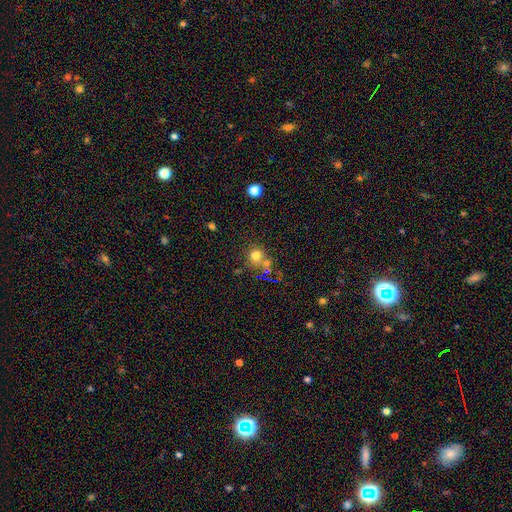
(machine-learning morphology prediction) smooth-or-featured: smooth: 73% | star or artifact: 17% | featured or disk: 10%
  how-rounded: round: 88% | in between: 11% | cigar-shaped: 1%
  merging: none: 62% | merger: 23% | minor disturbance: 10% | major disturbance: 5%